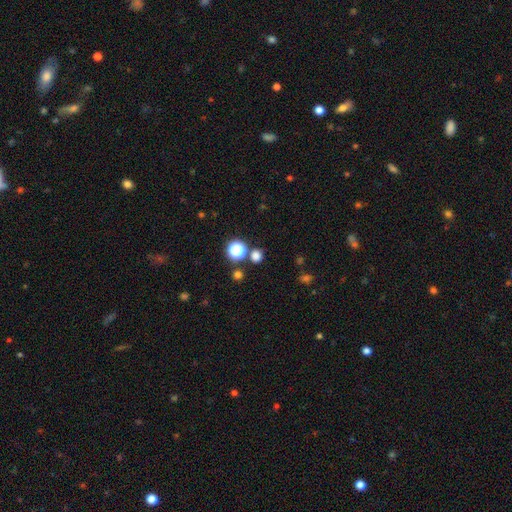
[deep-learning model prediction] Smooth or featured?
  - smooth: 71% *
  - star or artifact: 24%
  - featured or disk: 5%
How rounded?
  - round: 88% *
  - in between: 11%
  - cigar-shaped: 1%
Merging?
  - none: 79% *
  - merger: 10%
  - minor disturbance: 8%
  - major disturbance: 3%